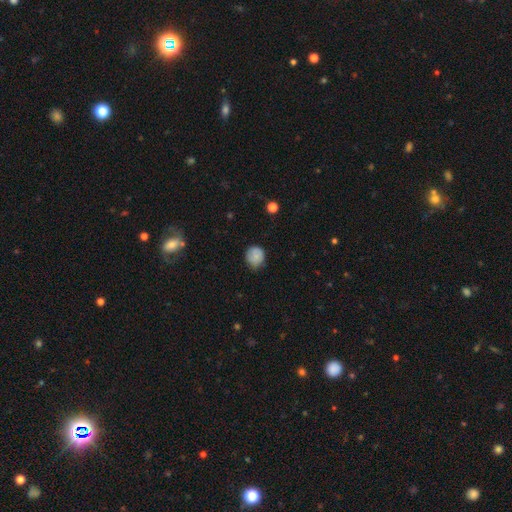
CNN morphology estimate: The model was most divided on "merging": none: 70%, minor disturbance: 24%, major disturbance: 4%, merger: 1%. More confident: how rounded — round (84%); smooth or featured — smooth (80%).